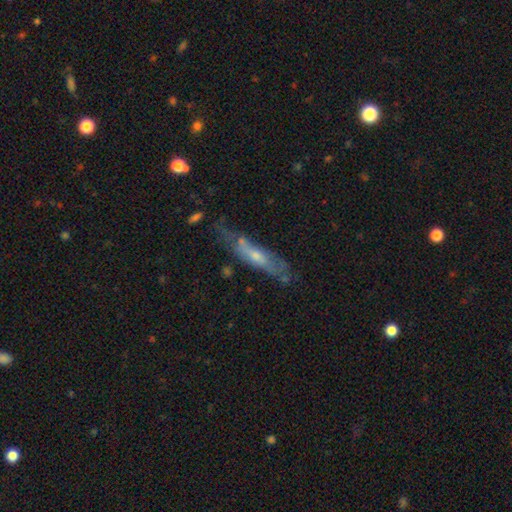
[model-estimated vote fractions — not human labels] Smooth or featured? featured or disk (56%)
Edge-on disk? yes (58%)
Merging? none (53%)